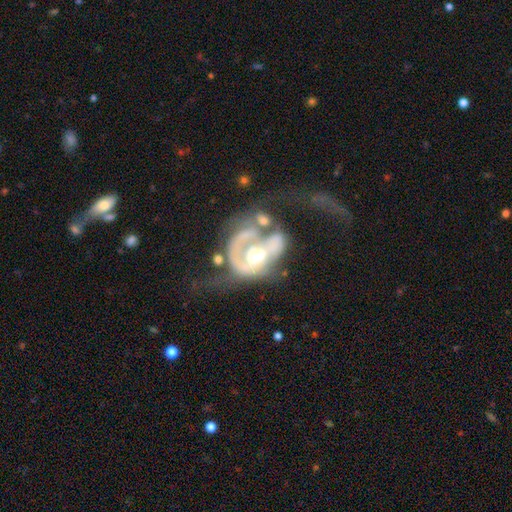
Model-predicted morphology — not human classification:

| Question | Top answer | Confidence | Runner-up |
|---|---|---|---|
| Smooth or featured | featured or disk | 76% | smooth (16%) |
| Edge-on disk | no | 97% | yes (3%) |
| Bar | no | 72% | weak (21%) |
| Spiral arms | yes | 54% | no (46%) |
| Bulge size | moderate | 63% | small (15%) |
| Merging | merger | 41% | major disturbance (38%) |